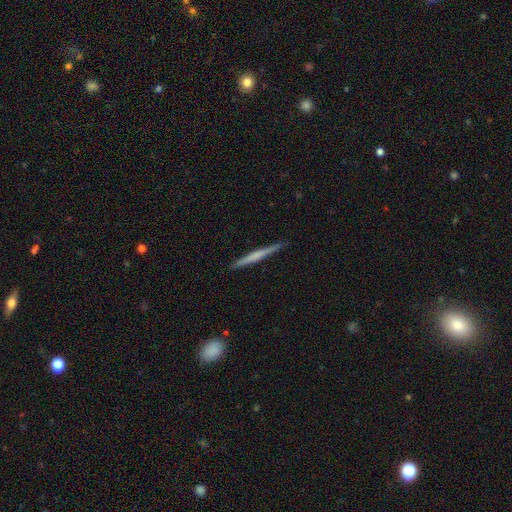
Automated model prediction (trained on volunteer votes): Smooth or featured?
  - featured or disk: 48% *
  - smooth: 47%
  - star or artifact: 5%
Merging?
  - none: 91% *
  - minor disturbance: 6%
  - major disturbance: 1%
  - merger: 1%